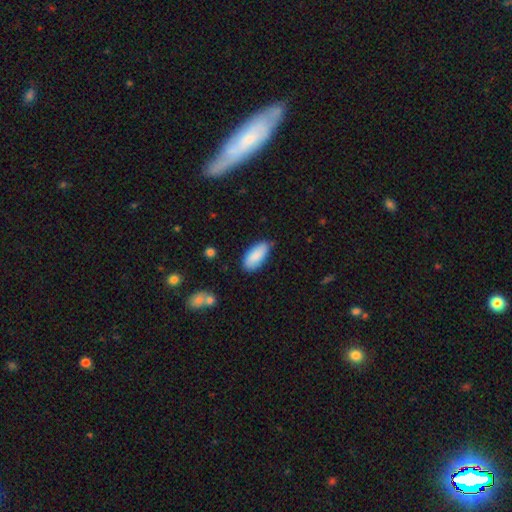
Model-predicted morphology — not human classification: This appears to be a smooth galaxy with no disk features (88%) that is in between round and cigar-shaped (87%). Merging: none (77%).